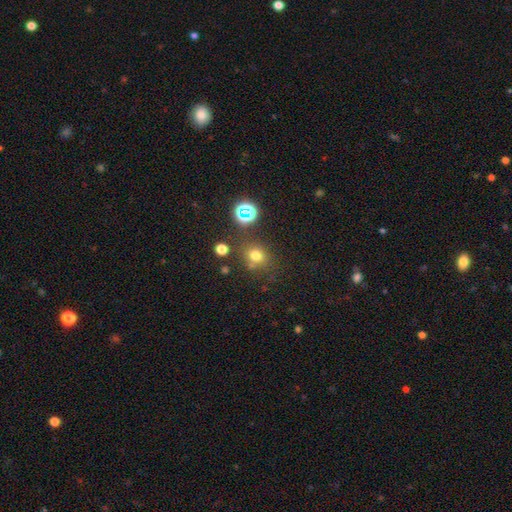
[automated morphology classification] smooth-or-featured: smooth: 70% | star or artifact: 22% | featured or disk: 8%
  how-rounded: round: 77% | in between: 22% | cigar-shaped: 1%
  merging: none: 73% | minor disturbance: 13% | merger: 9% | major disturbance: 5%